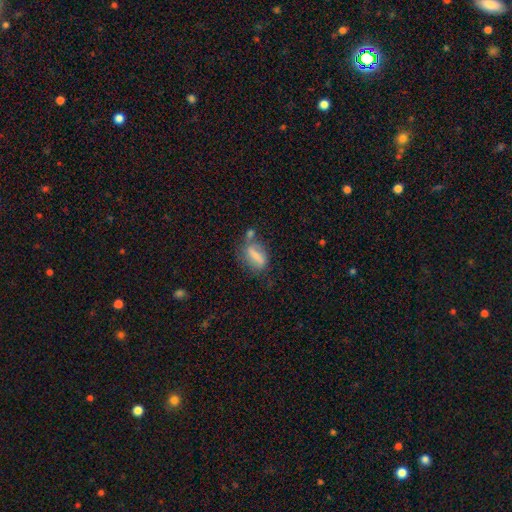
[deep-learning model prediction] The model was most divided on "merging": none: 41%, minor disturbance: 24%, merger: 21%, major disturbance: 14%. More confident: how rounded — in between (68%); smooth or featured — smooth (61%).